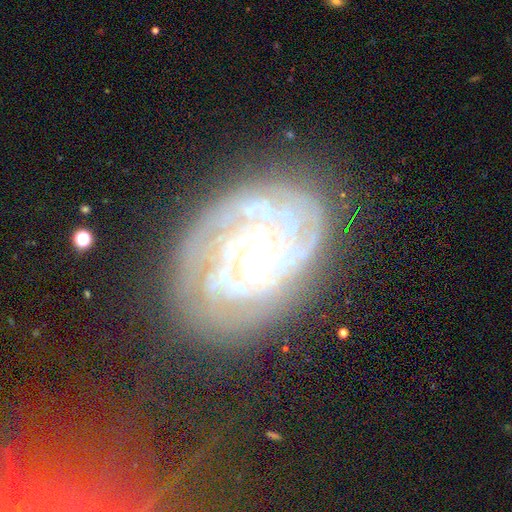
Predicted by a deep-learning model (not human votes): Smooth or featured: featured or disk — 83% (smooth — 9%)
Edge-on disk: no — 97% (yes — 3%)
Bar: no — 64% (weak — 26%)
Spiral arms: yes — 89% (no — 11%)
Spiral winding: tight — 72% (medium — 21%)
Spiral arm count: can't tell — 39% (2 — 21%)
Bulge size: small — 46% (moderate — 44%)
Merging: none — 68% (minor disturbance — 19%)